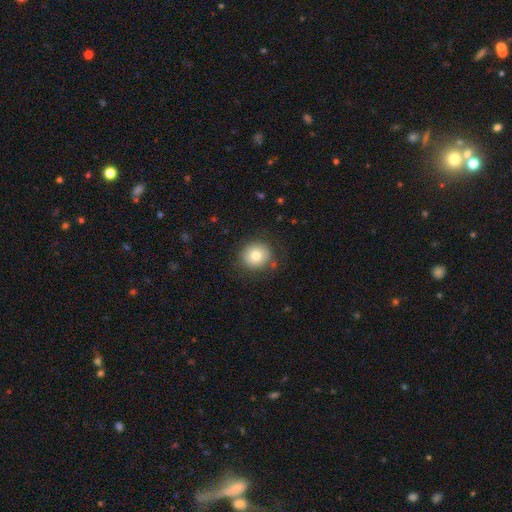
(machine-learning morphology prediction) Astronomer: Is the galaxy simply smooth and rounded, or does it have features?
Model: smooth — 78%.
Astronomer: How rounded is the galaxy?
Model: round — 89%.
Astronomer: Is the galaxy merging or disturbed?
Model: none — 84%.